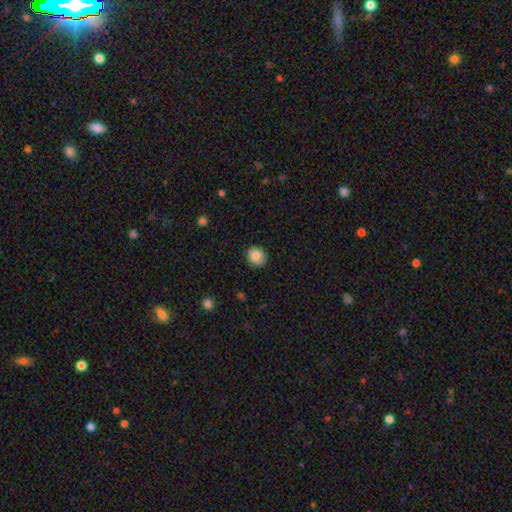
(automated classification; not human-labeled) smooth-or-featured: smooth: 85% | star or artifact: 9% | featured or disk: 6%
  how-rounded: round: 78% | in between: 21% | cigar-shaped: 1%
  merging: none: 87% | minor disturbance: 10% | major disturbance: 2% | merger: 1%